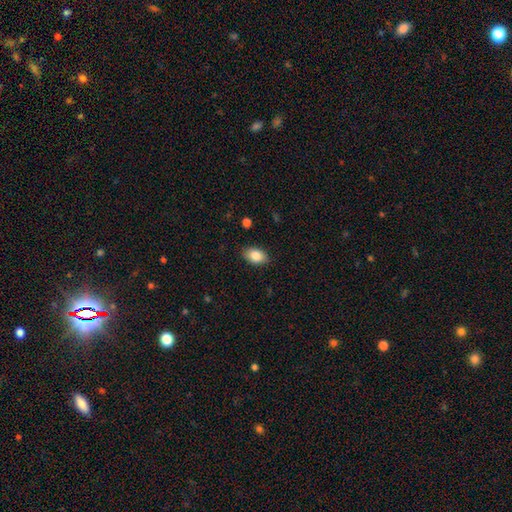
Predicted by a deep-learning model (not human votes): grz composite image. It shows a smooth galaxy with no disk features (85%) that is in between round and cigar-shaped (90%). Merging: none (87%).